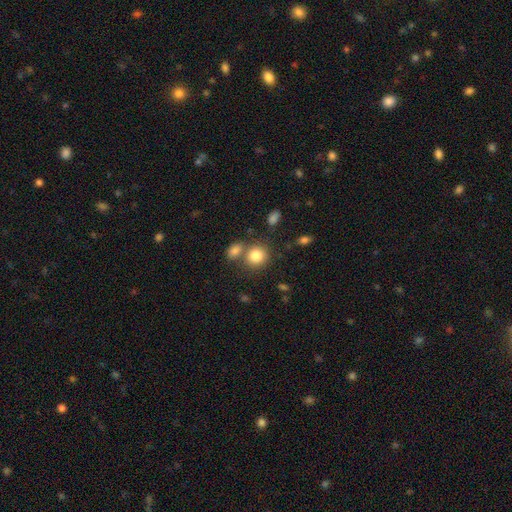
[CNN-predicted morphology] Smooth or featured: smooth — 82% (star or artifact — 10%)
How rounded: round — 78% (in between — 21%)
Merging: none — 59% (merger — 27%)